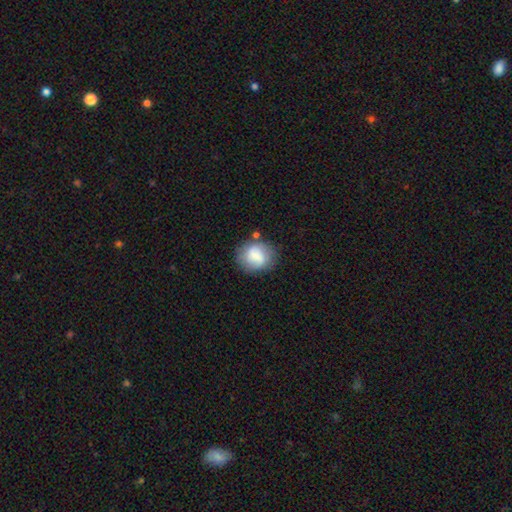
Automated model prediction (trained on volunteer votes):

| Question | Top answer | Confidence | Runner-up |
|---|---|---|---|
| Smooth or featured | smooth | 69% | featured or disk (24%) |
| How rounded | round | 67% | in between (32%) |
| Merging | none | 67% | minor disturbance (20%) |